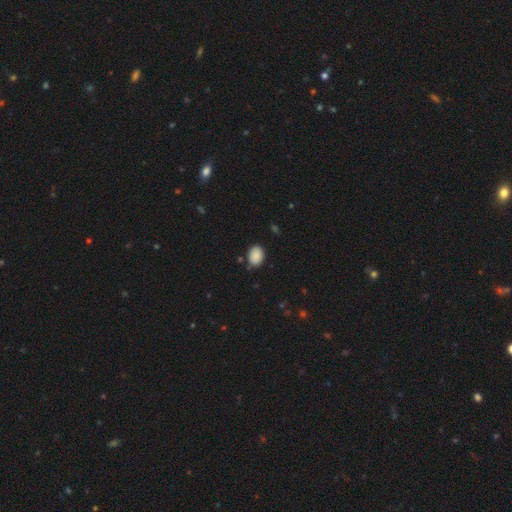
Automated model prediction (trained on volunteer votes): Q: Smooth or featured?
A: smooth (88%); runner-up: star or artifact (8%)
Q: How rounded?
A: in between (73%); runner-up: round (26%)
Q: Merging?
A: none (78%); runner-up: minor disturbance (16%)